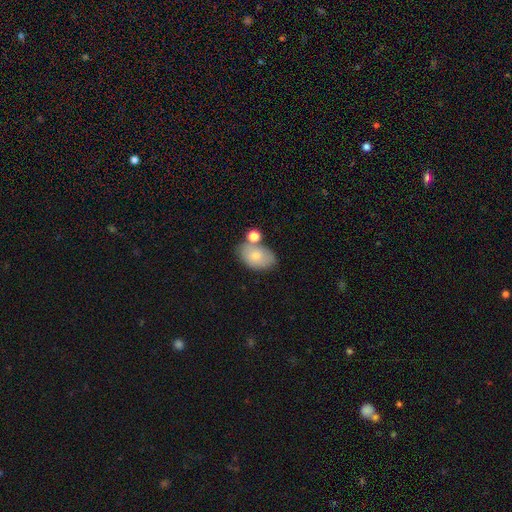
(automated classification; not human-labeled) smooth-or-featured: smooth: 71% | featured or disk: 21% | star or artifact: 8%
  how-rounded: in between: 84% | round: 15% | cigar-shaped: 1%
  merging: none: 52% | merger: 24% | minor disturbance: 18% | major disturbance: 6%